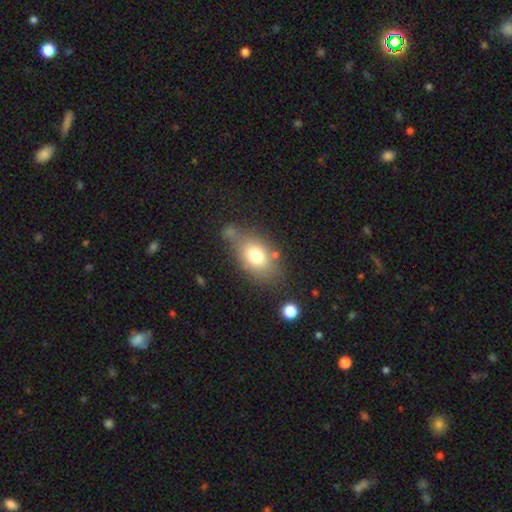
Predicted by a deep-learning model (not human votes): Smooth or featured: smooth — 74% (featured or disk — 16%)
How rounded: in between — 78% (round — 20%)
Merging: none — 55% (minor disturbance — 21%)